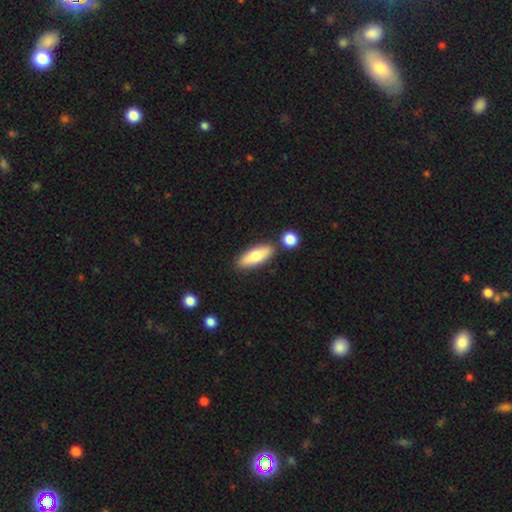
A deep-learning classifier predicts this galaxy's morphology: The model was most divided on "how rounded": in between: 61%, cigar-shaped: 36%, round: 3%. More confident: merging — none (79%); smooth or featured — smooth (73%).